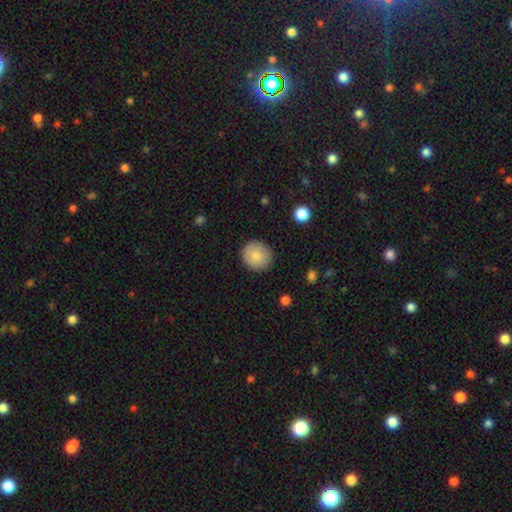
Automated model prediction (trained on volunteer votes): Q: Smooth or featured?
A: smooth (85%); runner-up: featured or disk (8%)
Q: How rounded?
A: round (87%); runner-up: in between (12%)
Q: Merging?
A: none (88%); runner-up: minor disturbance (8%)